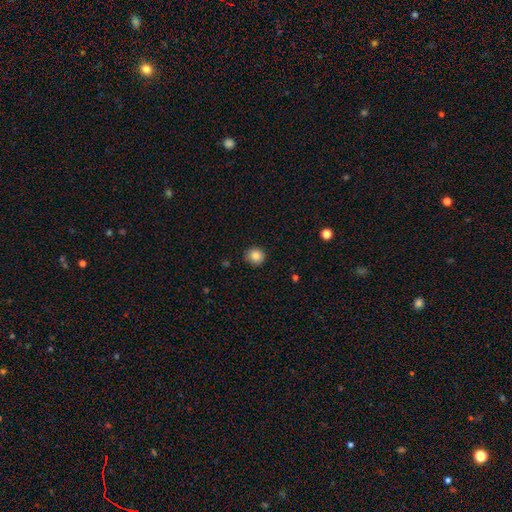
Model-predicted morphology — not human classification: smooth_or_featured: smooth (p=0.84) [alt: star or artifact p=0.10]
how_rounded: round (p=0.88) [alt: in between p=0.11]
merging: none (p=0.88) [alt: minor disturbance p=0.09]